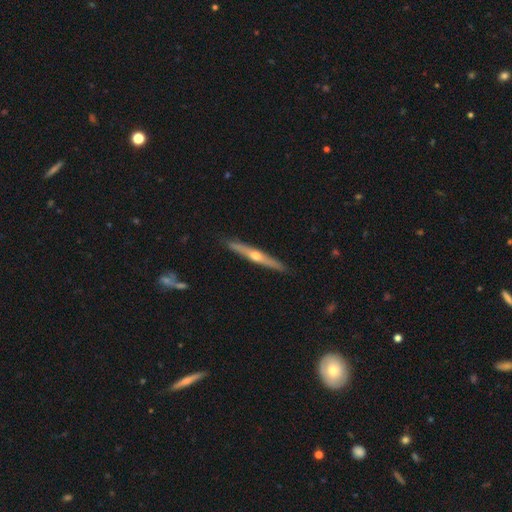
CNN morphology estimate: Overall: featured or disk (72%). Edge-on disk: yes (96%). Edge-on bulge: rounded (90%). Merging: none (90%).